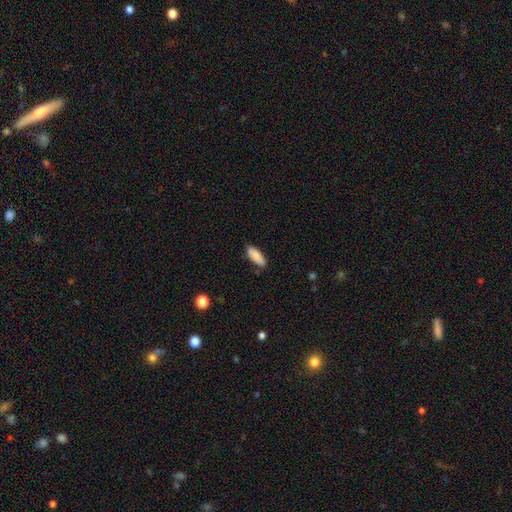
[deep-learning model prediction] Smooth or featured? smooth (88%)
How rounded? in between (73%)
Merging? none (83%)